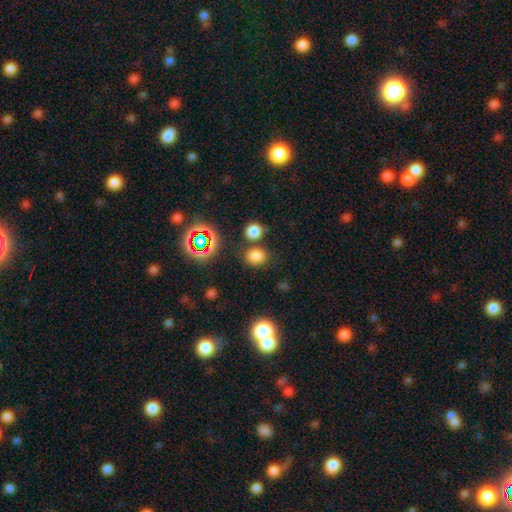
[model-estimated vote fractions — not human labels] Smooth or featured? smooth (76%)
How rounded? round (64%)
Merging? none (75%)